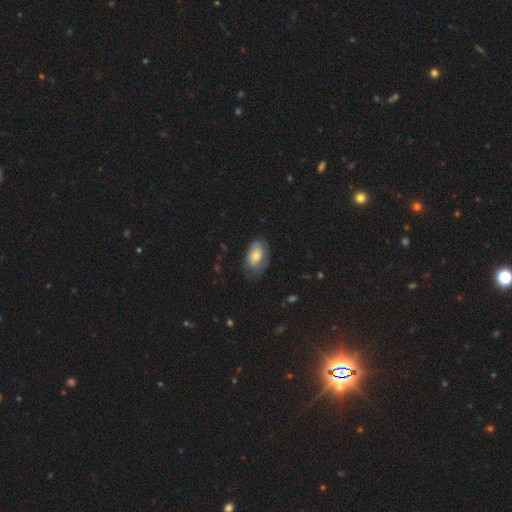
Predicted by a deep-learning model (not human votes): The model was most divided on "merging": none: 61%, minor disturbance: 27%, major disturbance: 11%, merger: 1%. More confident: how rounded — in between (91%); smooth or featured — smooth (65%).